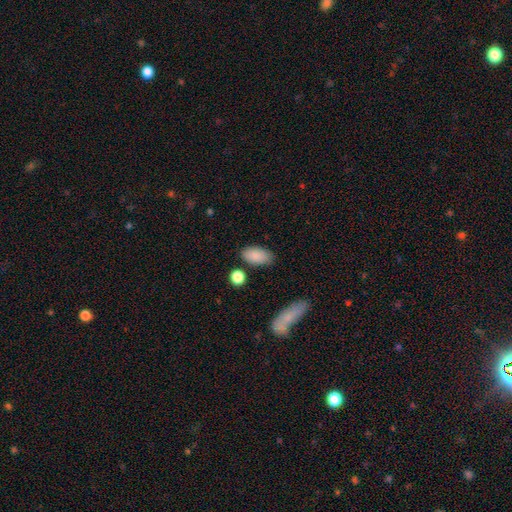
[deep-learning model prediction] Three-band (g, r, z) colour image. It shows a smooth galaxy with no disk features (87%) that is in between round and cigar-shaped (93%). Merging: none (80%).